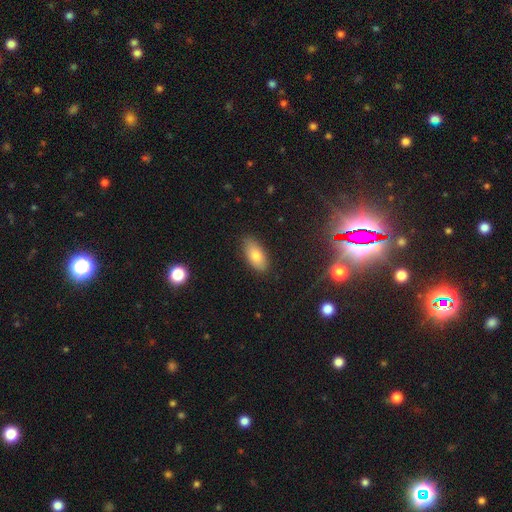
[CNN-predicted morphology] A smooth galaxy with no disk features (77%) that is in between round and cigar-shaped (90%).

Vote fractions:
- Smooth or featured? smooth: 77% / featured or disk: 13% / star or artifact: 9%
- How rounded? in between: 90% / cigar-shaped: 6% / round: 4%
- Merging? none: 84% / minor disturbance: 12% / major disturbance: 2% / merger: 1%